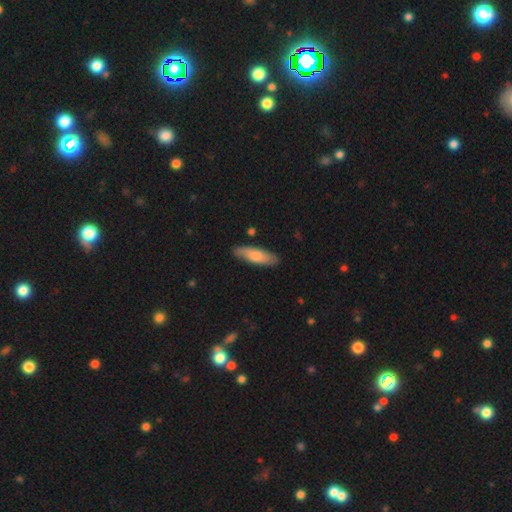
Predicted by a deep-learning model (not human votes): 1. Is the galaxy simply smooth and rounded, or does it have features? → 73% smooth, 22% featured or disk, 5% star or artifact.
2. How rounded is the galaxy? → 51% cigar-shaped, 48% in between, 2% round.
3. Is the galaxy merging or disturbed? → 83% none, 13% minor disturbance, 2% major disturbance, 2% merger.